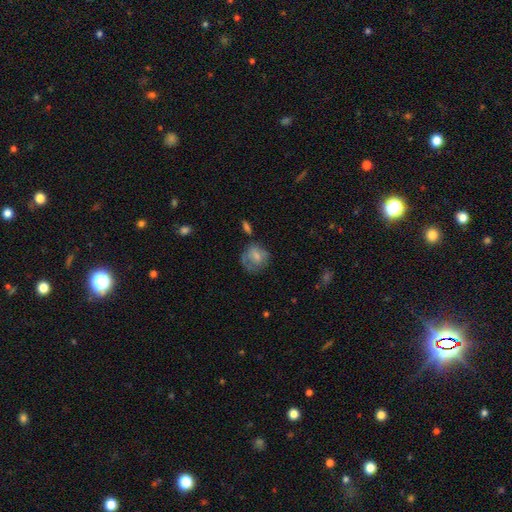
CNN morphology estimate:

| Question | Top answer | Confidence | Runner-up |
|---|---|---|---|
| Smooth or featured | smooth | 60% | featured or disk (31%) |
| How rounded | round | 67% | in between (32%) |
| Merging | none | 49% | minor disturbance (27%) |